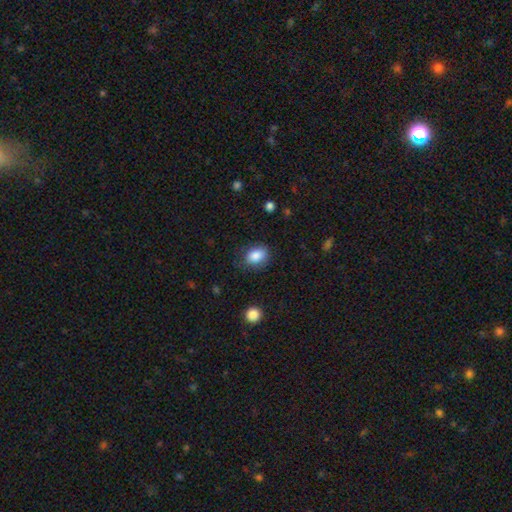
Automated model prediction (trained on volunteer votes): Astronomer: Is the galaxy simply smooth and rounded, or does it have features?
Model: smooth — 86%.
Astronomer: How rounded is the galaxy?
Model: in between — 71%.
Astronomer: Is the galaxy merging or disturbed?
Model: none — 77%.